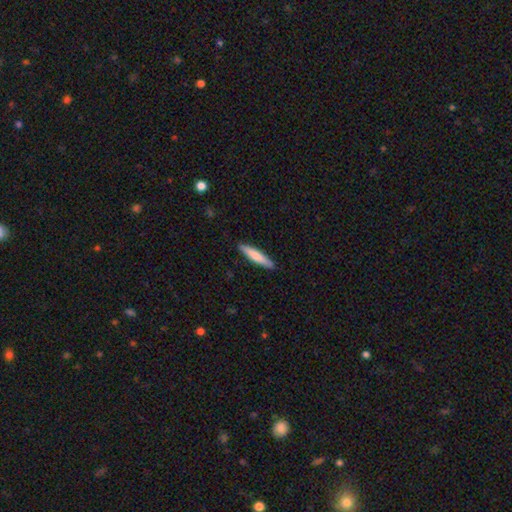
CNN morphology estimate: A smooth galaxy with no disk features (73%) that is cigar-shaped (89%).

Vote fractions:
- Smooth or featured? smooth: 73% / featured or disk: 22% / star or artifact: 5%
- How rounded? cigar-shaped: 89% / in between: 10% / round: 1%
- Merging? none: 90% / minor disturbance: 7% / major disturbance: 1% / merger: 1%